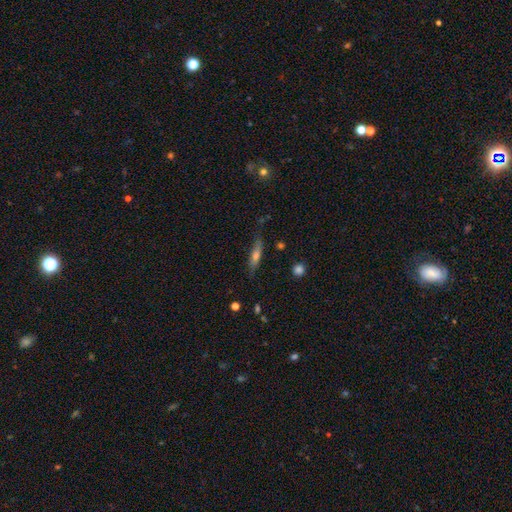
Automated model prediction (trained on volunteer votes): The model was most divided on "smooth or featured": smooth: 46%, featured or disk: 45%, star or artifact: 9%. More confident: merging — none (76%).